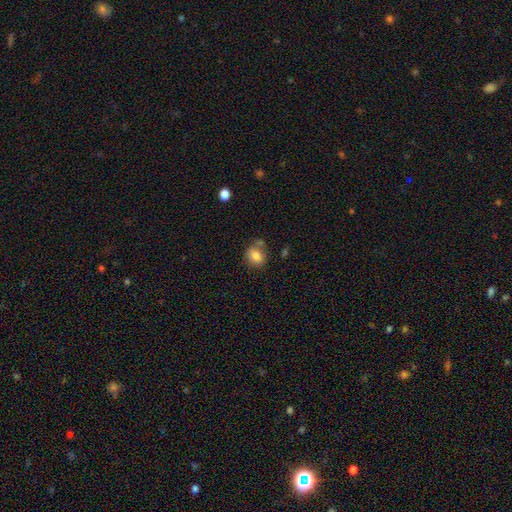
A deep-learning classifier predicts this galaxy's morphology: Smooth or featured? Predicted: smooth (p=0.82). How rounded? Predicted: round (p=0.50). Merging? Predicted: none (p=0.64).